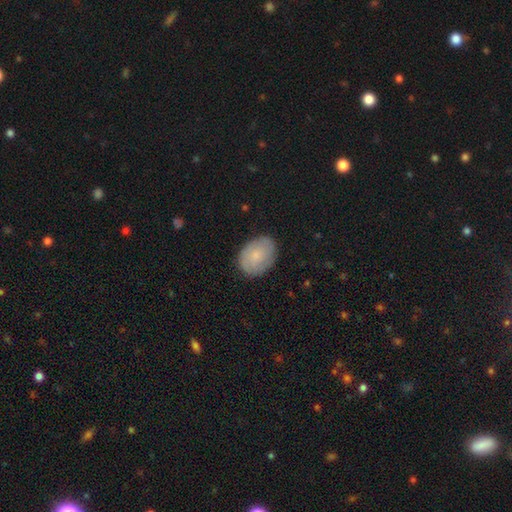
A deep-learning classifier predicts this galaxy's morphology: Overall: smooth (74%). How rounded: in between (76%). Merging: none (83%).